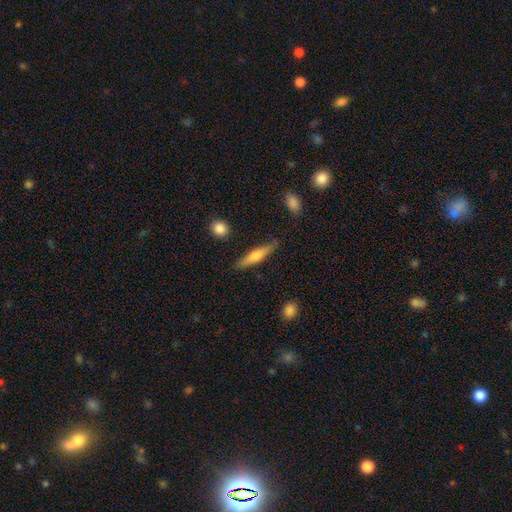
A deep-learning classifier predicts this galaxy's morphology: This appears to be a smooth galaxy with no disk features (56%) that is cigar-shaped (81%). Merging: none (82%).